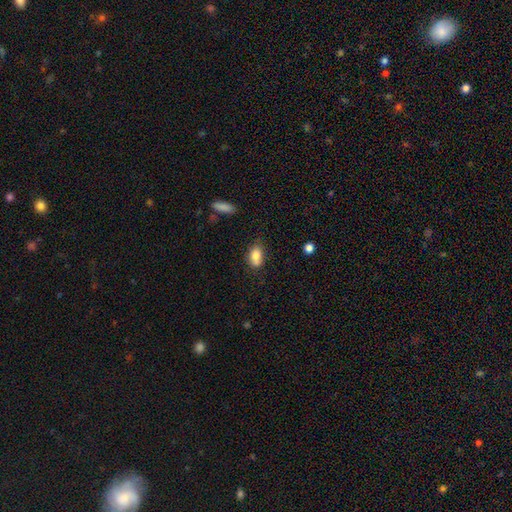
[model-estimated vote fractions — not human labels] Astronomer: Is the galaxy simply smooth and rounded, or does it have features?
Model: smooth — 80%.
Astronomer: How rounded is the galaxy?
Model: in between — 84%.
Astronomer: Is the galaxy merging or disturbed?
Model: none — 61%.